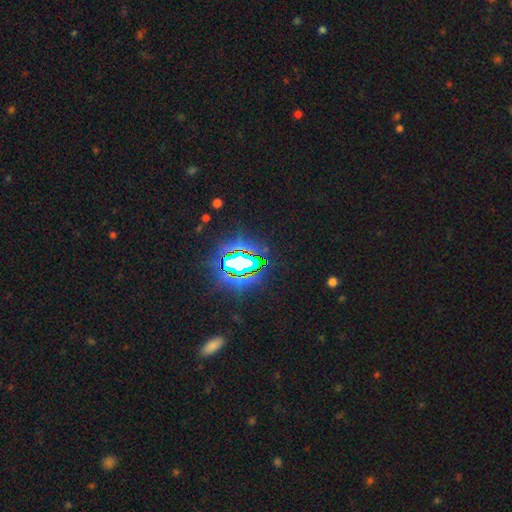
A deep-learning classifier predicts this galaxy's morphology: smooth-or-featured: star or artifact: 85% | smooth: 9% | featured or disk: 7%